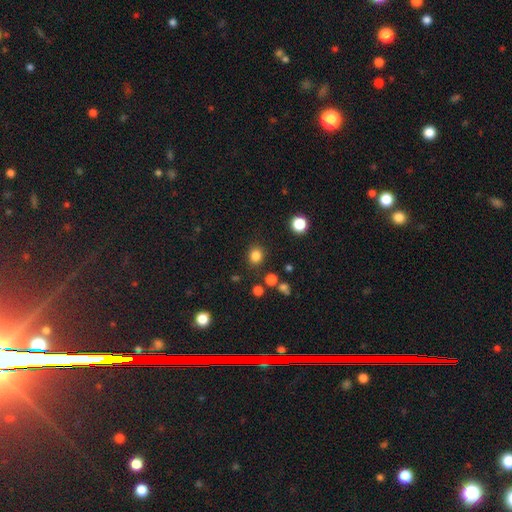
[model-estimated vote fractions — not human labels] smooth 83%, star or artifact 13%, featured or disk 4%. Down the decision tree: how rounded — round (78%); merging — none (87%).